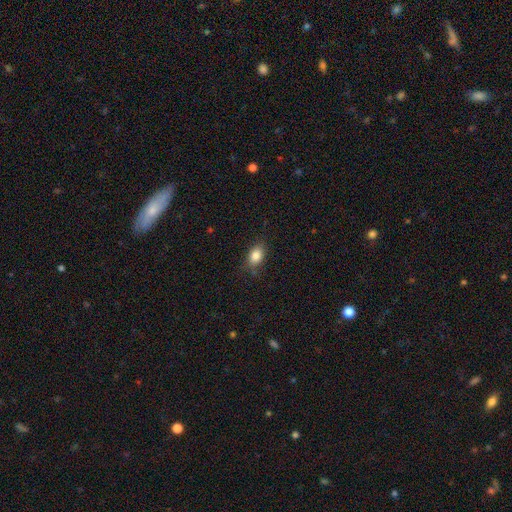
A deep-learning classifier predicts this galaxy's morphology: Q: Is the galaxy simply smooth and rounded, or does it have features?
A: smooth — 84%.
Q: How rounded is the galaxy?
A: in between — 83%.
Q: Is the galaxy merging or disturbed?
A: none — 78%.